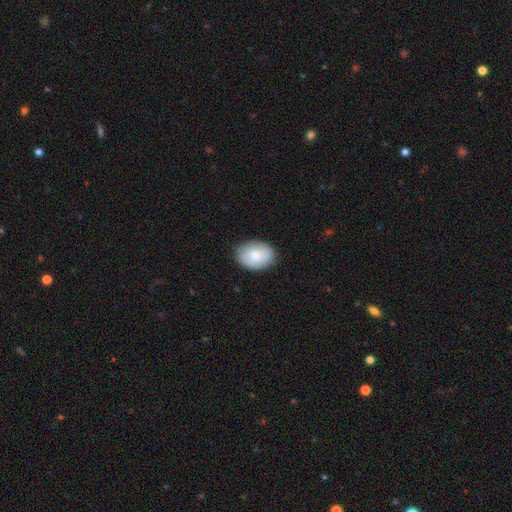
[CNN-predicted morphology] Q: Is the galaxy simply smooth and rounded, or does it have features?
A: smooth — 77%.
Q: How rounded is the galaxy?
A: in between — 80%.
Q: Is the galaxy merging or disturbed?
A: none — 84%.